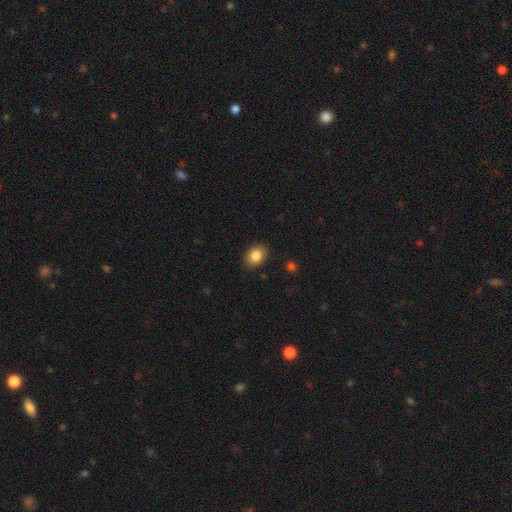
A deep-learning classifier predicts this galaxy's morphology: This is clearly a smooth galaxy (85%). How rounded: likely in between (74%). Merging: clearly none (88%).